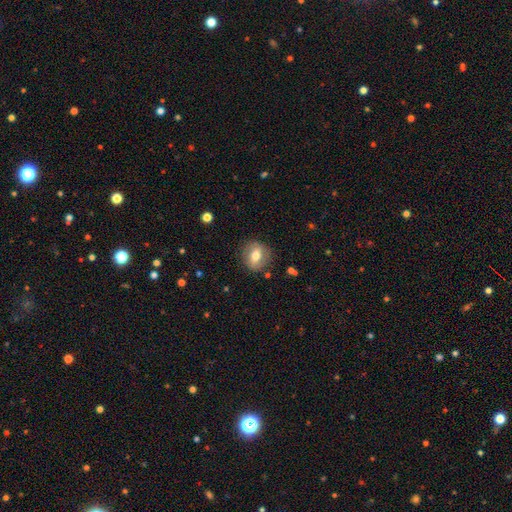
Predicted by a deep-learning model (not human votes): Smooth or featured: smooth — 65% (featured or disk — 27%)
How rounded: round — 70% (in between — 29%)
Merging: none — 84% (minor disturbance — 11%)